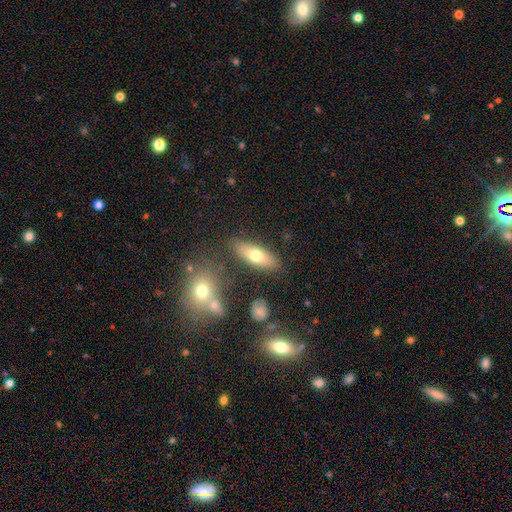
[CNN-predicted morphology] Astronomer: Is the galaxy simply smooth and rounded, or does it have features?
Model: smooth — 66%.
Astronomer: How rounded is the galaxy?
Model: in between — 64%.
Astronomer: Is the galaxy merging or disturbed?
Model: none — 81%.